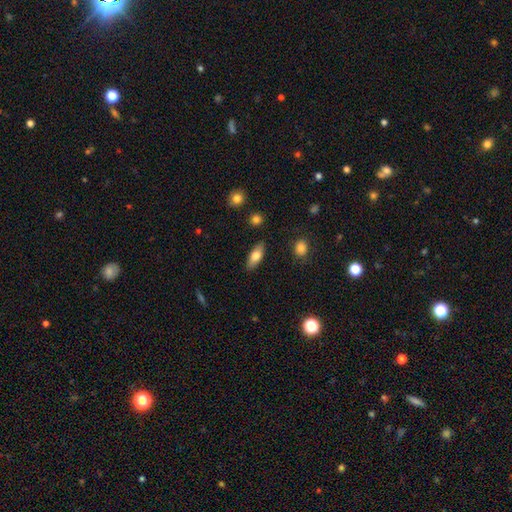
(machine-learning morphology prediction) A smooth galaxy with no disk features (72%) that is in between round and cigar-shaped (75%). Merging: none (86%).